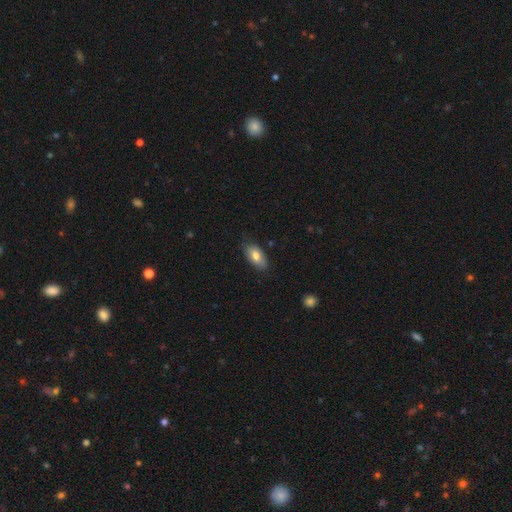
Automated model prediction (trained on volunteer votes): Morphology: type=smooth (78%); roundness=in between (92%); merging=none (81%).